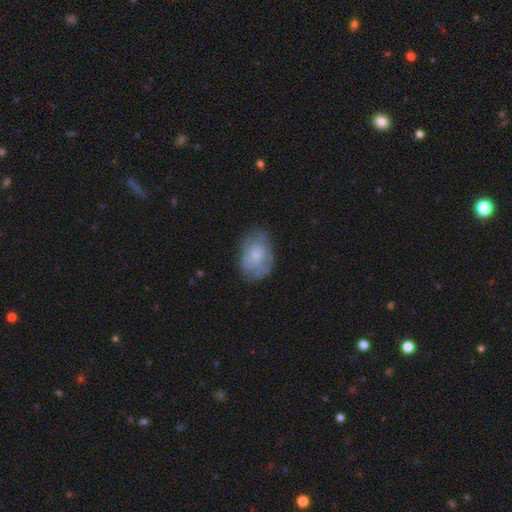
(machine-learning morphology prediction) type=smooth (49%); merging=none (66%).